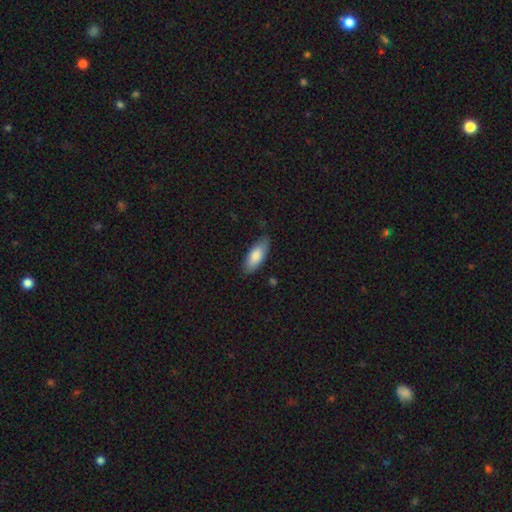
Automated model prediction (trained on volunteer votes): The model was most divided on "merging": none: 79%, minor disturbance: 17%, major disturbance: 3%, merger: 1%. More confident: smooth or featured — smooth (82%); how rounded — in between (81%).